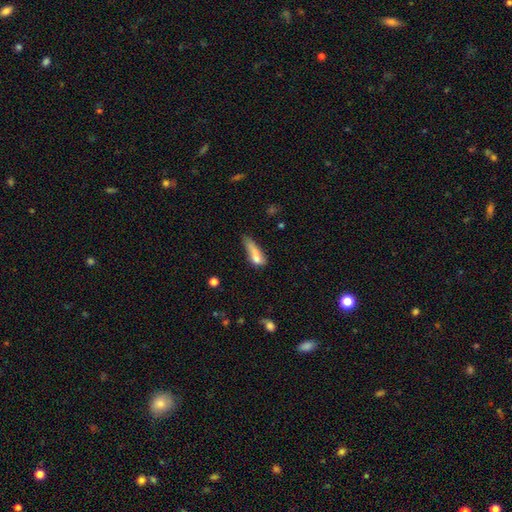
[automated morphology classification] Smooth or featured?
  - smooth: 70% *
  - featured or disk: 20%
  - star or artifact: 10%
How rounded?
  - cigar-shaped: 51% *
  - in between: 45%
  - round: 4%
Merging?
  - major disturbance: 29% * (tied)
  - minor disturbance: 29% * (tied)
  - none: 25%
  - merger: 17%